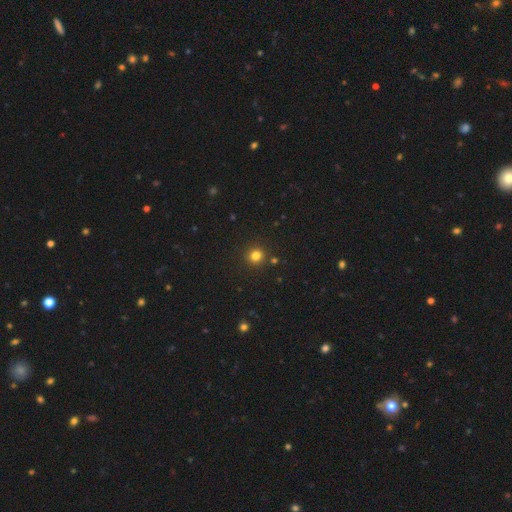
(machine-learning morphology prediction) Q: Smooth or featured?
A: smooth (80%); runner-up: star or artifact (16%)
Q: How rounded?
A: round (93%); runner-up: in between (6%)
Q: Merging?
A: none (89%); runner-up: minor disturbance (6%)